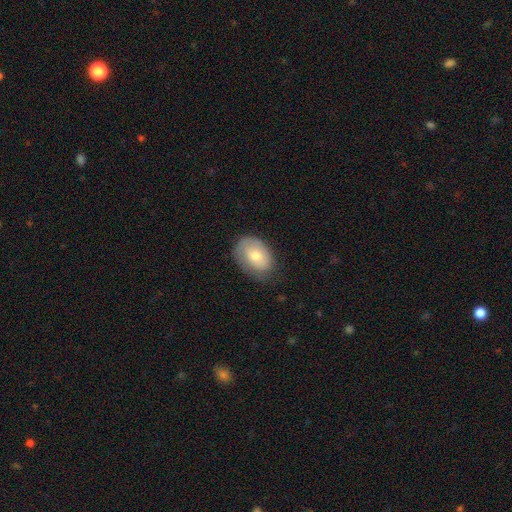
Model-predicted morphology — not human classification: Overall: smooth (67%). How rounded: in between (82%). Merging: none (68%).